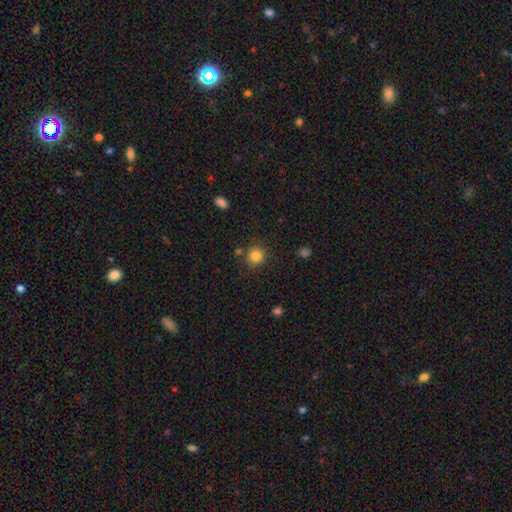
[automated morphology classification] This appears to be a smooth galaxy with no disk features (83%) that is round (91%). Merging: none (82%).